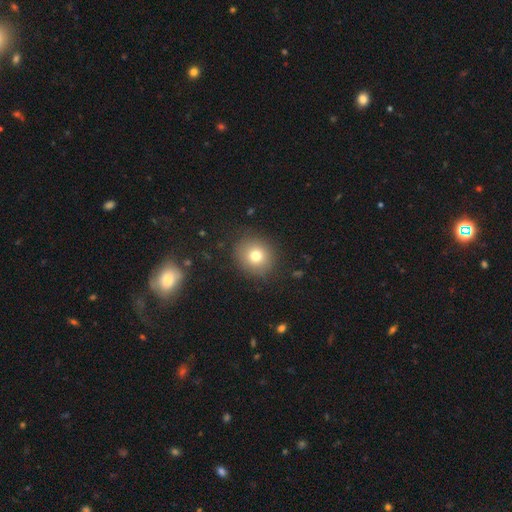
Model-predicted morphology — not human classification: Smooth or featured? smooth (74%)
How rounded? round (85%)
Merging? none (87%)